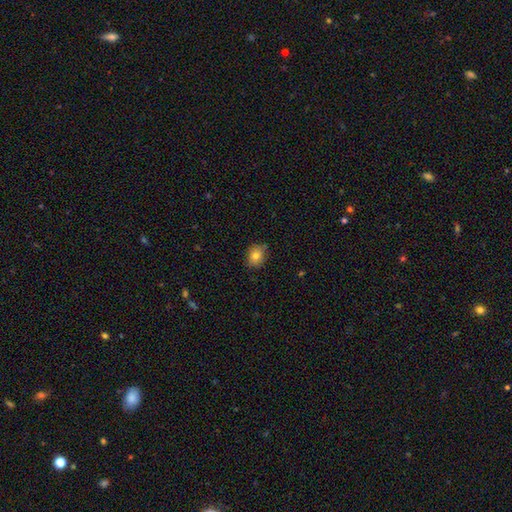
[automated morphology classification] Smooth or featured: smooth — 79% (star or artifact — 10%)
How rounded: round — 64% (in between — 35%)
Merging: none — 81% (minor disturbance — 15%)